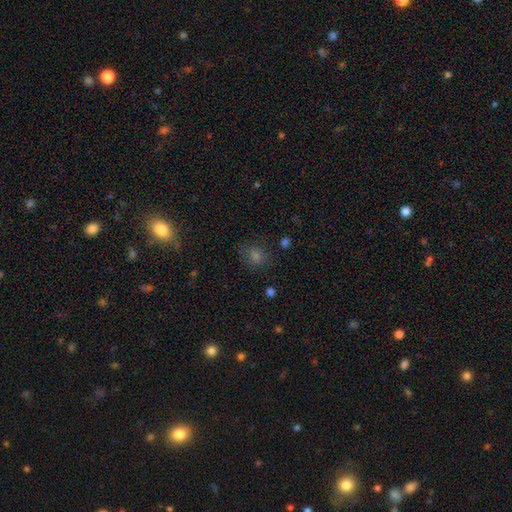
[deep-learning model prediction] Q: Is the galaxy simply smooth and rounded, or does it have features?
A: smooth — 62%.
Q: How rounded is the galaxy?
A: round — 81%.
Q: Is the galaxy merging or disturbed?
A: none — 80%.